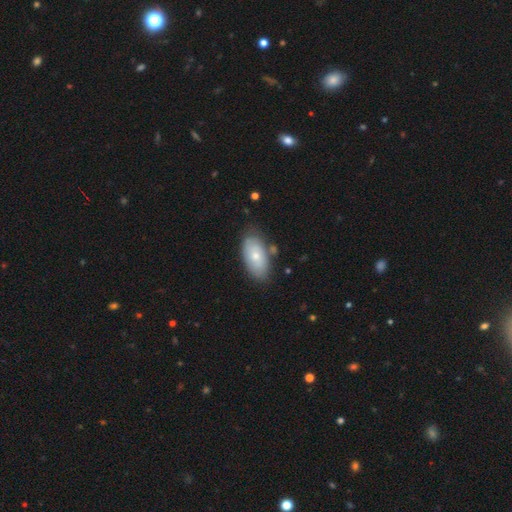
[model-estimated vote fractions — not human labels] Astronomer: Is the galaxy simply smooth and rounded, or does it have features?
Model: smooth — 68%.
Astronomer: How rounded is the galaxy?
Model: in between — 94%.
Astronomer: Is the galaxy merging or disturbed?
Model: none — 74%.